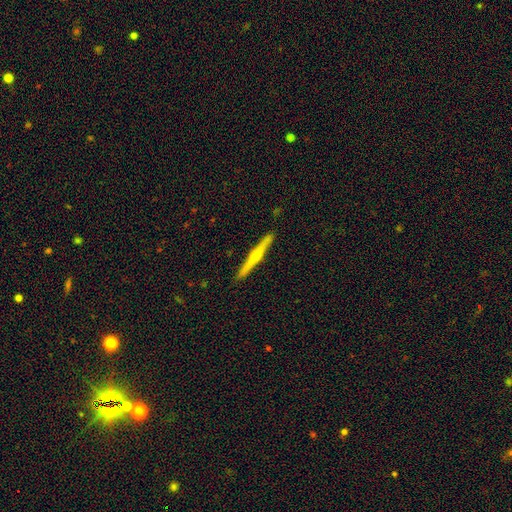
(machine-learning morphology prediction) The model was most divided on "smooth or featured": featured or disk: 62%, smooth: 33%, star or artifact: 6%. More confident: edge-on disk — yes (98%); merging — none (90%); edge-on bulge — rounded (77%).